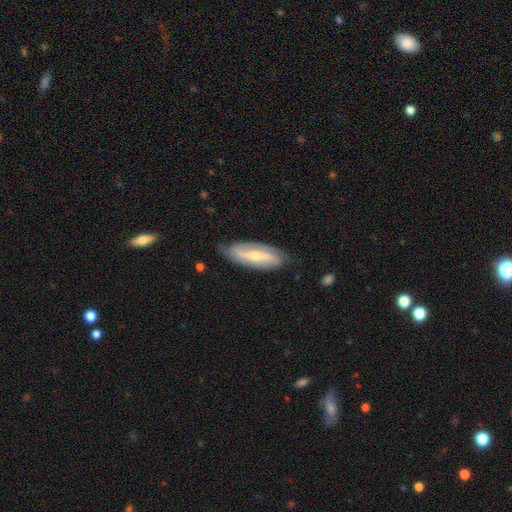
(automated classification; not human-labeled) The model was most divided on "spiral winding": medium: 37%, tight: 33%, loose: 30%. Remaining: spiral arms — yes (88%); edge-on disk — no (84%); spiral arm count — 2 (81%); merging — none (77%); smooth or featured — featured or disk (77%); bulge size — small (56%); bar — strong (49%).